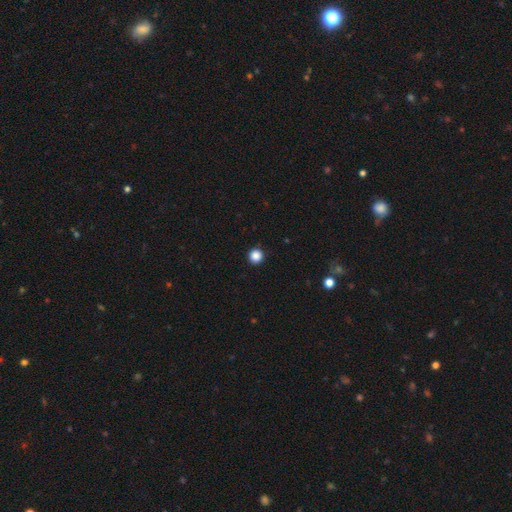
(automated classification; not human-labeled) The model was most divided on "smooth or featured": smooth: 87%, star or artifact: 11%, featured or disk: 3%. More confident: how rounded — round (96%); merging — none (93%).